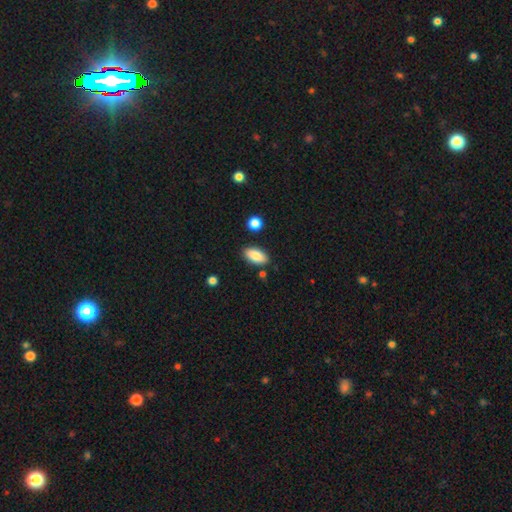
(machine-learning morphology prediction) This appears to be a smooth galaxy with no disk features (86%) that is in between round and cigar-shaped (90%). Merging: none (84%).